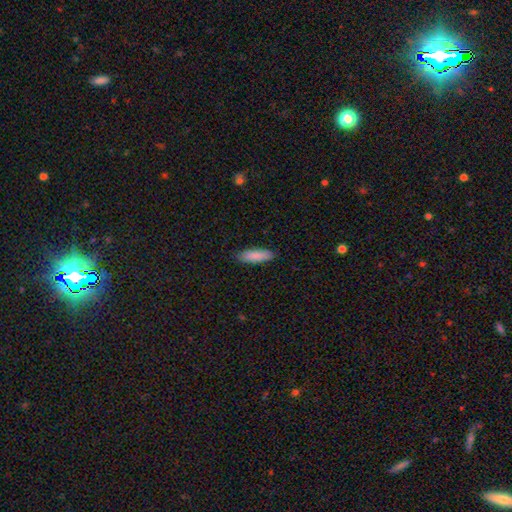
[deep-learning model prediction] Smooth or featured? Predicted: smooth (p=0.86). How rounded? Predicted: cigar-shaped (p=0.53). Merging? Predicted: none (p=0.88).